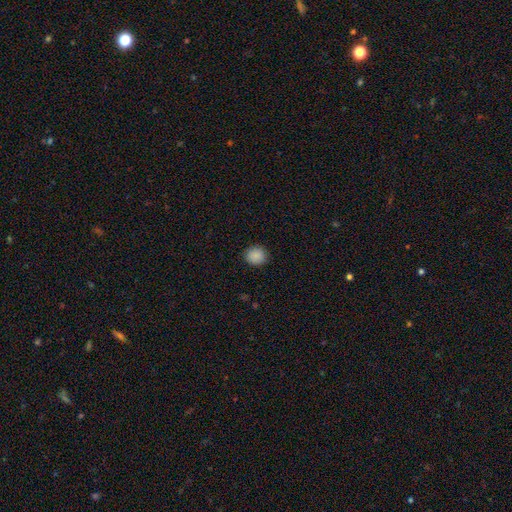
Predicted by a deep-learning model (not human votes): Smooth or featured: smooth — 88% (star or artifact — 9%)
How rounded: round — 86% (in between — 13%)
Merging: none — 91% (minor disturbance — 6%)